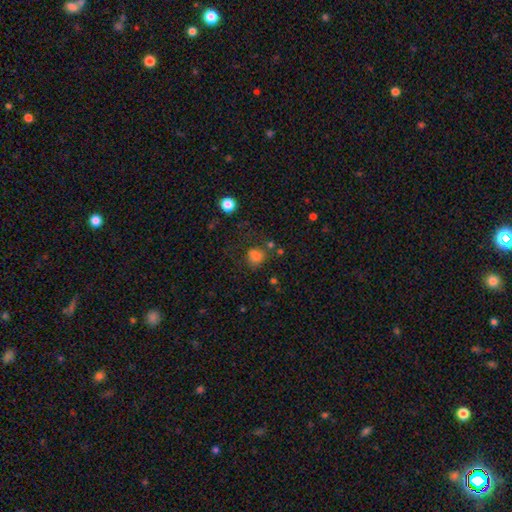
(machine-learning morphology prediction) Smooth or featured?
  - smooth: 78% *
  - star or artifact: 14%
  - featured or disk: 8%
How rounded?
  - round: 77% *
  - in between: 22%
  - cigar-shaped: 1%
Merging?
  - none: 65% *
  - minor disturbance: 18%
  - major disturbance: 9%
  - merger: 8%